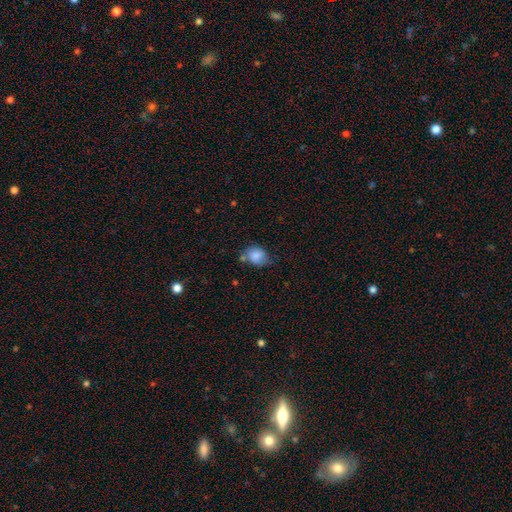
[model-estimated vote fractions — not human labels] A smooth galaxy with no disk features (82%) that is round (52%).

Vote fractions:
- Smooth or featured? smooth: 82% / featured or disk: 9% / star or artifact: 8%
- How rounded? round: 52% / in between: 47% / cigar-shaped: 1%
- Merging? none: 50% / minor disturbance: 32% / merger: 10% / major disturbance: 9%